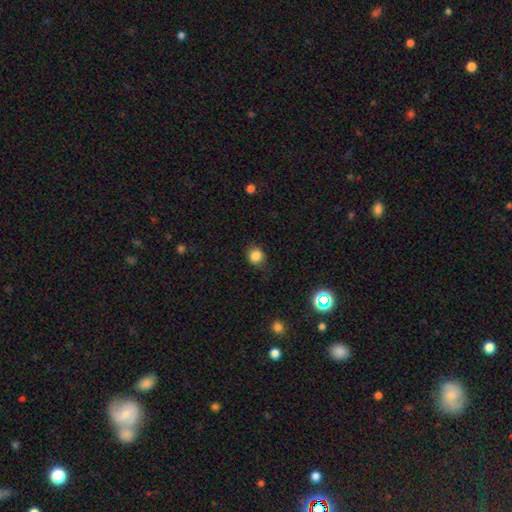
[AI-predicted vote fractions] Q: Smooth or featured?
A: smooth (84%); runner-up: star or artifact (11%)
Q: How rounded?
A: round (81%); runner-up: in between (18%)
Q: Merging?
A: none (75%); runner-up: minor disturbance (19%)